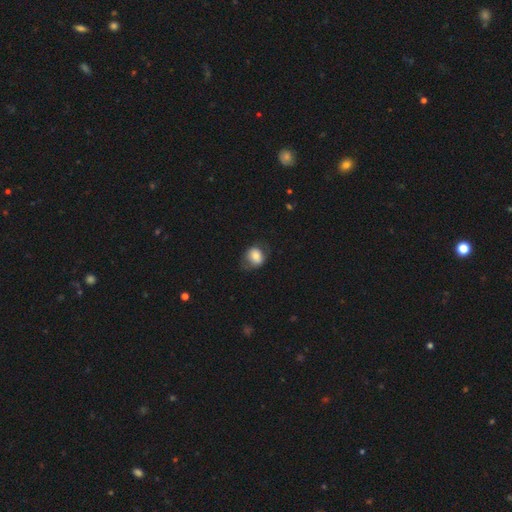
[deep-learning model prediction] smooth_or_featured: smooth (p=0.73) [alt: featured or disk p=0.19]
how_rounded: round (p=0.56) [alt: in between p=0.43]
merging: none (p=0.60) [alt: minor disturbance p=0.25]